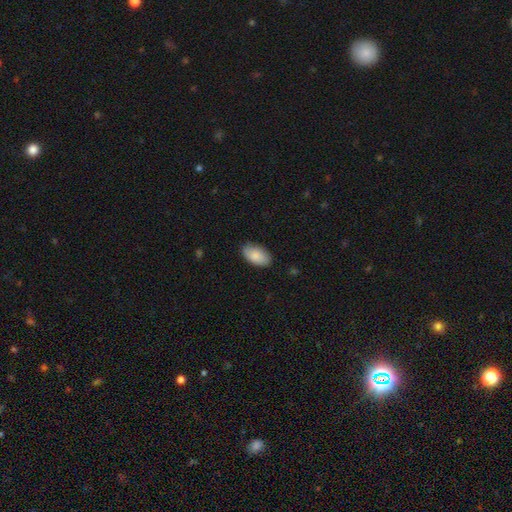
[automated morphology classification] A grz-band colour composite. It shows a smooth galaxy with no disk features (85%) that is in between round and cigar-shaped (95%). Merging: none (83%).